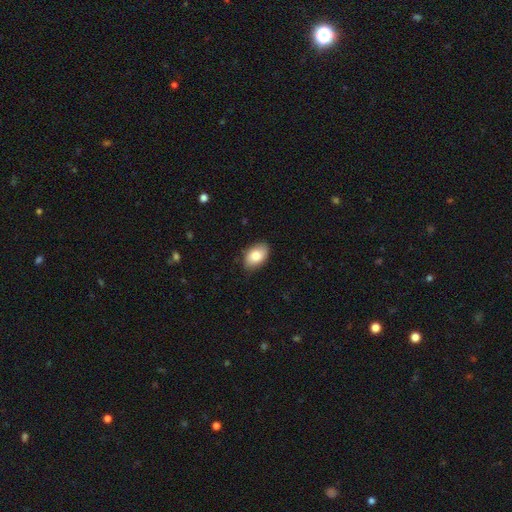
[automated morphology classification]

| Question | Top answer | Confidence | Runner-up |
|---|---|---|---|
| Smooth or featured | smooth | 84% | featured or disk (10%) |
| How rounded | in between | 91% | round (8%) |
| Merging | none | 82% | minor disturbance (14%) |